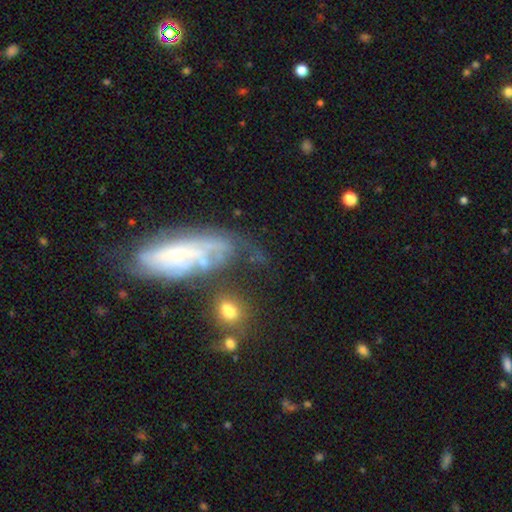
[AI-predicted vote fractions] A featured or disk galaxy (62%).

Vote fractions:
- Smooth or featured? featured or disk: 62% / smooth: 24% / star or artifact: 14%
- Edge-on disk? no: 80% / yes: 20%
- Merging? none: 55% / minor disturbance: 23% / major disturbance: 13% / merger: 8%